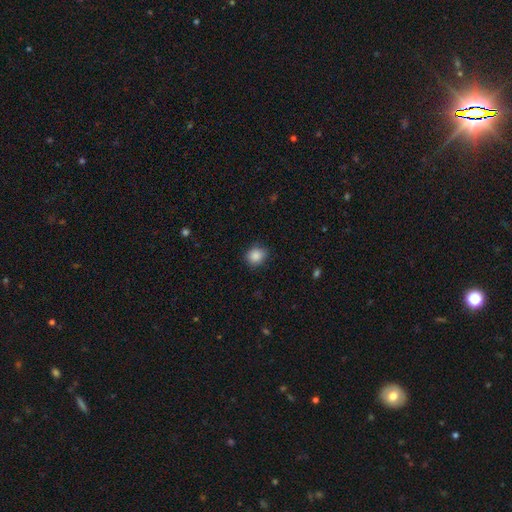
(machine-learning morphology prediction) This is clearly a smooth galaxy (87%). How rounded: likely round (77%). Merging: clearly none (81%).